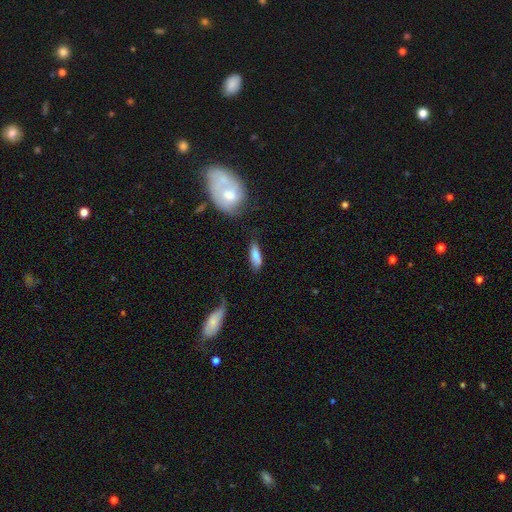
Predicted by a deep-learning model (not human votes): Q: Smooth or featured?
A: smooth (78%); runner-up: featured or disk (15%)
Q: How rounded?
A: in between (60%); runner-up: cigar-shaped (37%)
Q: Merging?
A: none (68%); runner-up: minor disturbance (21%)